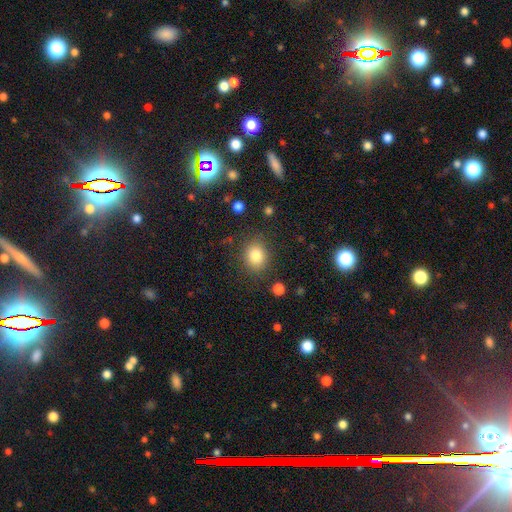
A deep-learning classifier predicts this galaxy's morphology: Q: Smooth or featured?
A: smooth (82%); runner-up: star or artifact (11%)
Q: How rounded?
A: round (67%); runner-up: in between (32%)
Q: Merging?
A: none (83%); runner-up: minor disturbance (11%)